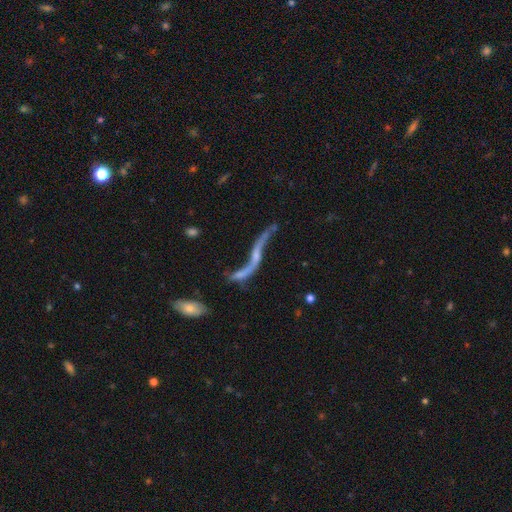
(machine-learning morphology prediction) Smooth or featured: featured or disk — 82% (star or artifact — 10%)
Edge-on disk: no — 71% (yes — 29%)
Bar: no — 53% (weak — 31%)
Spiral arms: yes — 84% (no — 16%)
Bulge size: small — 56% (none — 25%)
Merging: none — 44% (major disturbance — 21%)